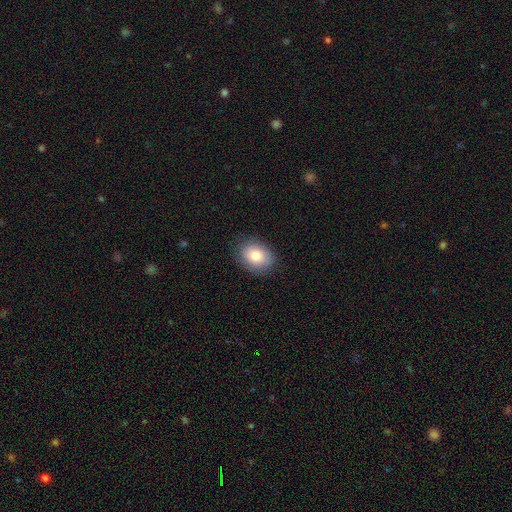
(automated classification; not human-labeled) Smooth or featured? Predicted: smooth (p=0.81). How rounded? Predicted: in between (p=0.64). Merging? Predicted: none (p=0.85).